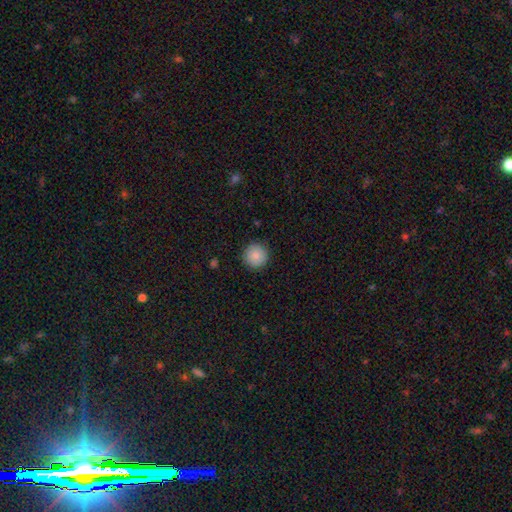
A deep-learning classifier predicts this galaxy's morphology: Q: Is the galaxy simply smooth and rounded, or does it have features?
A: smooth — 88%.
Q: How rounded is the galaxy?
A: round — 96%.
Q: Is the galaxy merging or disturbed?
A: none — 92%.